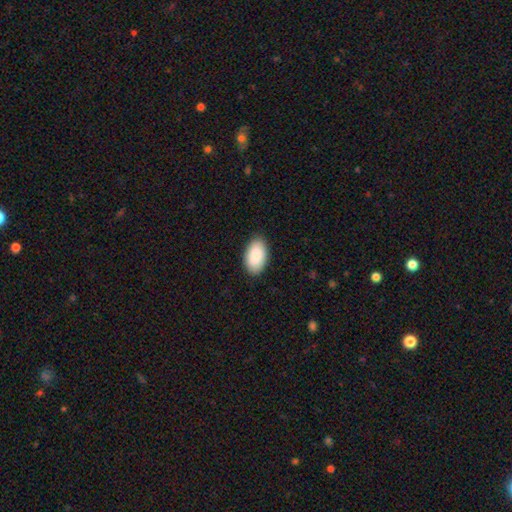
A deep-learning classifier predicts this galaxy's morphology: smooth 90%, star or artifact 5%, featured or disk 5%. Down the decision tree: how rounded — in between (95%); merging — none (87%).